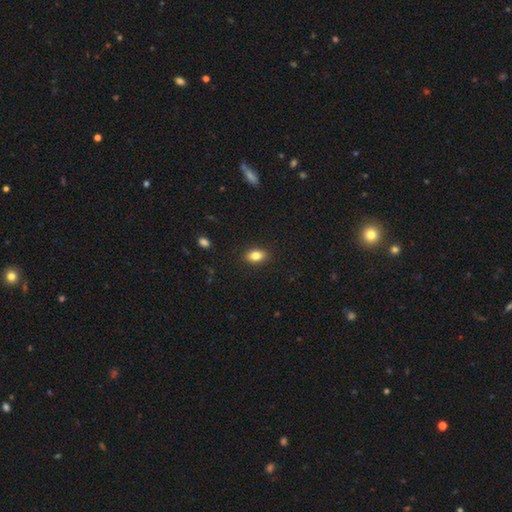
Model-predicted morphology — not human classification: This is clearly a smooth galaxy (83%). How rounded: clearly in between (86%). Merging: clearly none (89%).